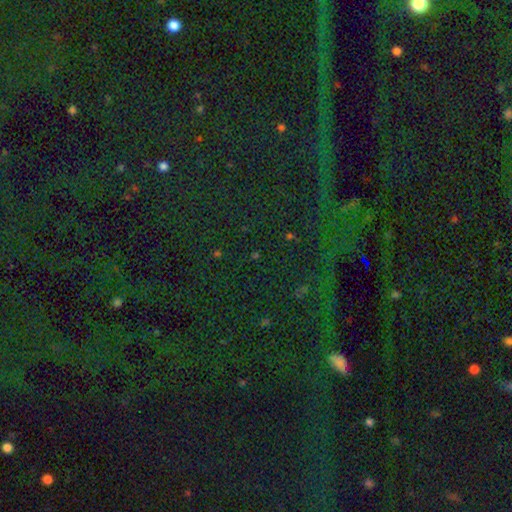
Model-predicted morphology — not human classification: A star or artifact, not a galaxy (77%).

Vote fractions:
- Smooth or featured? star or artifact: 77% / smooth: 15% / featured or disk: 8%